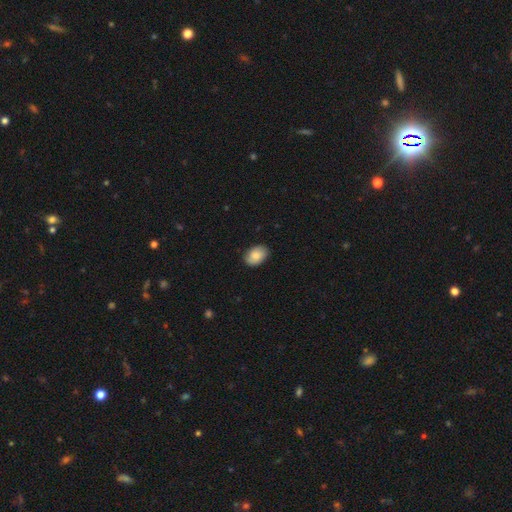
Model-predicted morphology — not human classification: Smooth or featured? smooth (84%)
How rounded? in between (86%)
Merging? none (85%)